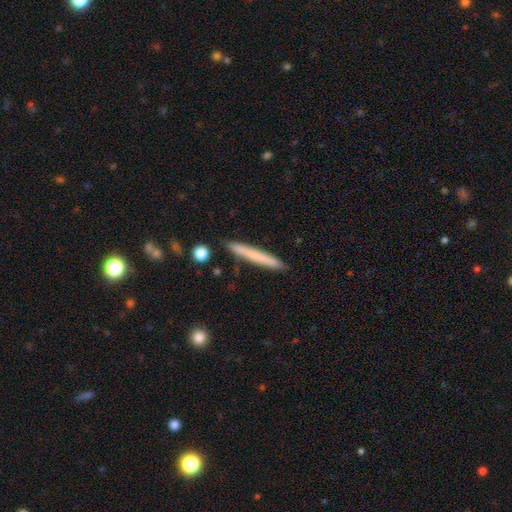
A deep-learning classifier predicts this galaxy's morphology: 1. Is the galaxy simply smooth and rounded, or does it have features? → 68% smooth, 26% featured or disk, 6% star or artifact.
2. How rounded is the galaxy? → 97% cigar-shaped, 2% in between, 1% round.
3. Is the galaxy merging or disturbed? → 90% none, 7% minor disturbance, 2% merger, 1% major disturbance.